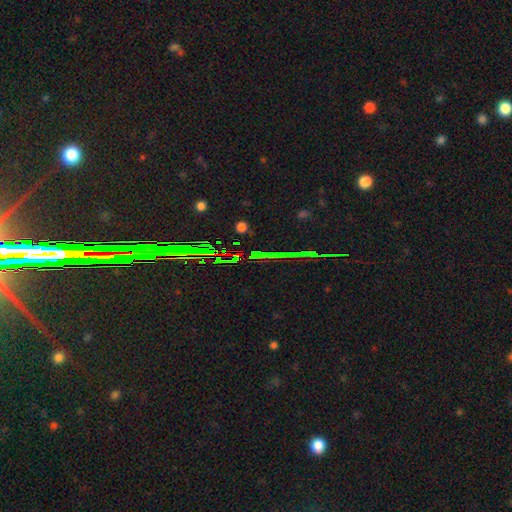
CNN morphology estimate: Q: Smooth or featured?
A: star or artifact (78%); runner-up: featured or disk (12%)